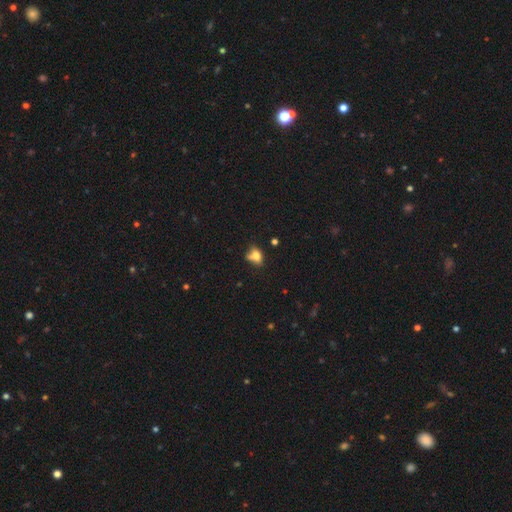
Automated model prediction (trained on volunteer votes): This appears to be a smooth galaxy with no disk features (70%) that is in between round and cigar-shaped (63%). Merging: none (39%).